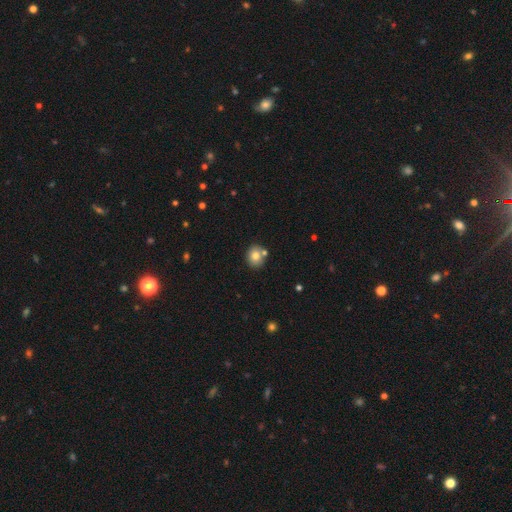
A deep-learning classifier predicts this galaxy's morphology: Smooth or featured? Predicted: smooth (p=0.77). How rounded? Predicted: round (p=0.69). Merging? Predicted: none (p=0.70).